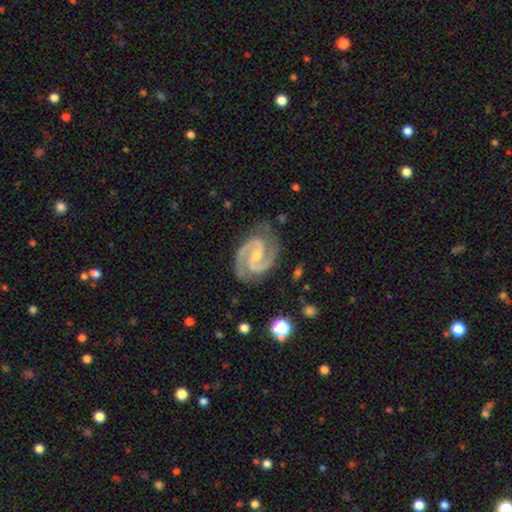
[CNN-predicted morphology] The model was most divided on "bar": weak: 44%, no: 38%, strong: 18%. More confident: spiral arms — yes (99%); edge-on disk — no (98%); spiral arm count — 2 (94%); smooth or featured — featured or disk (94%); merging — none (80%); bulge size — small (60%); spiral winding — medium (57%).